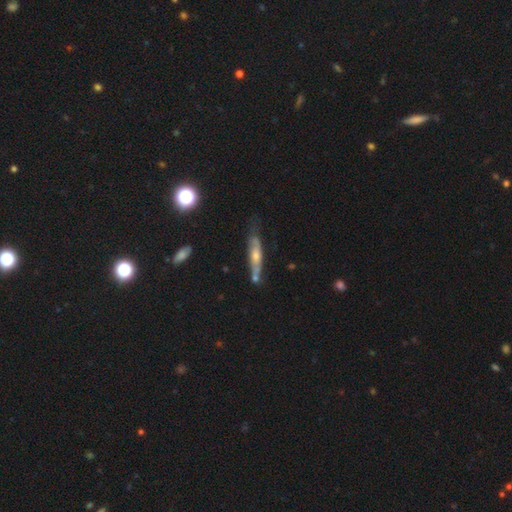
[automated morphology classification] smooth-or-featured: featured or disk: 63% | smooth: 25% | star or artifact: 12%
  disk-edge-on: yes: 88% | no: 12%
    edge-on-bulge: rounded: 80% | none: 13% | boxy: 7%
  merging: none: 73% | minor disturbance: 17% | merger: 5% | major disturbance: 5%